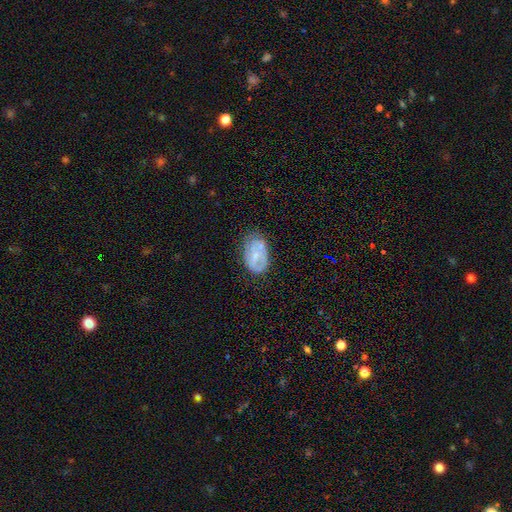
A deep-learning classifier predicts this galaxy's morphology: Smooth or featured? Predicted: featured or disk (p=0.48). Merging? Predicted: none (p=0.54).